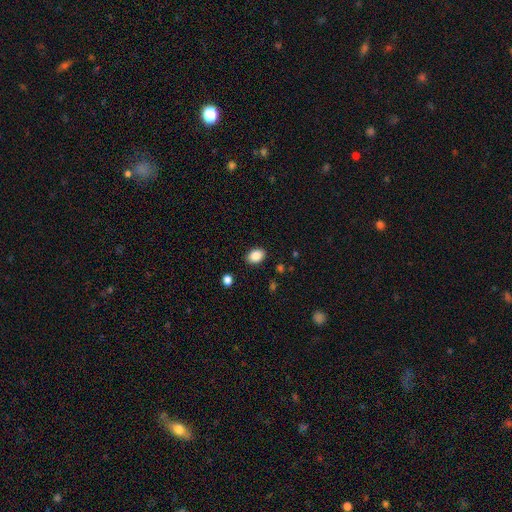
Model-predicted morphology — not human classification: A smooth galaxy with no disk features (88%) that is in between round and cigar-shaped (72%). Merging: none (88%).